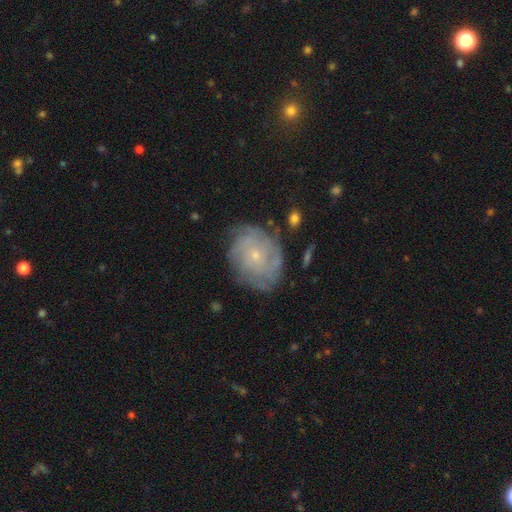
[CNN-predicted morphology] smooth-or-featured: featured or disk: 70% | smooth: 21% | star or artifact: 9%
  disk-edge-on: no: 97% | yes: 3%
    bar: no: 82% | weak: 15% | strong: 3%
    has-spiral-arms: yes: 87% | no: 13%
      spiral-winding: tight: 71% | medium: 22% | loose: 7%
      spiral-arm-count: can't tell: 49% | 4: 15% | 3: 12% | 2: 10% | more than 4: 9% | 1: 6%
    bulge-size: small: 81% | moderate: 15% | none: 2% | large: 1% | dominant: 1%
  merging: none: 74% | minor disturbance: 18% | major disturbance: 6% | merger: 2%